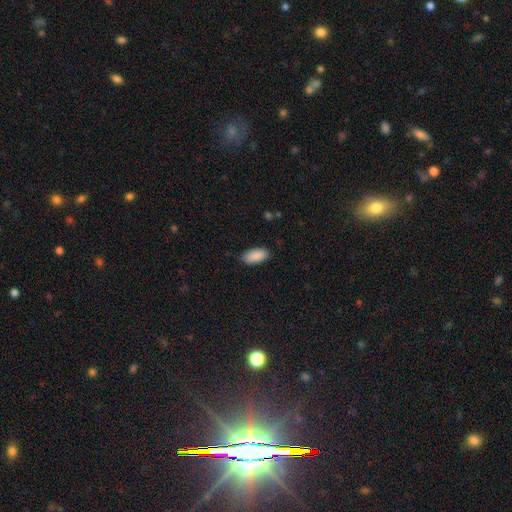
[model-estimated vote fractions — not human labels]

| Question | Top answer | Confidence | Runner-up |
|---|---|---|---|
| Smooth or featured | smooth | 90% | star or artifact (6%) |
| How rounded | in between | 92% | cigar-shaped (7%) |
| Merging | none | 85% | minor disturbance (12%) |